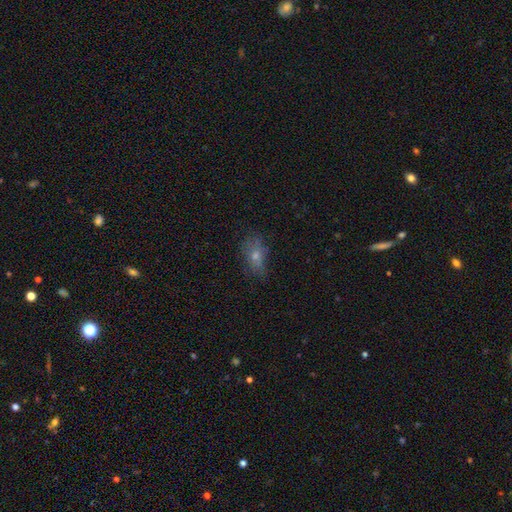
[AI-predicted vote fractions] Morphology: type=smooth (58%); roundness=in between (78%); merging=none (72%).